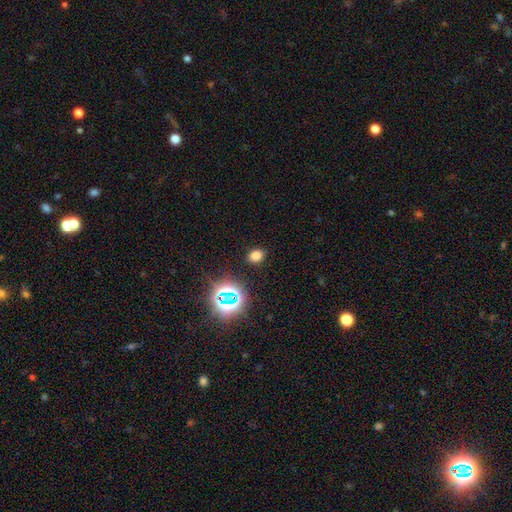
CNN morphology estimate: Smooth or featured? Predicted: smooth (p=0.70). How rounded? Predicted: round (p=0.51). Merging? Predicted: none (p=0.88).